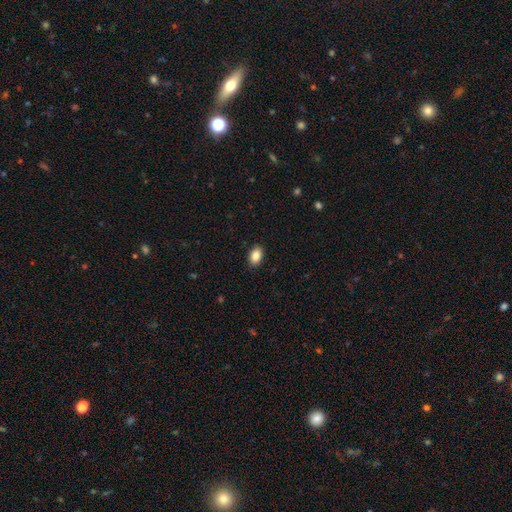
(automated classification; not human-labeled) This appears to be a smooth galaxy with no disk features (87%) that is in between round and cigar-shaped (89%). Merging: none (89%).